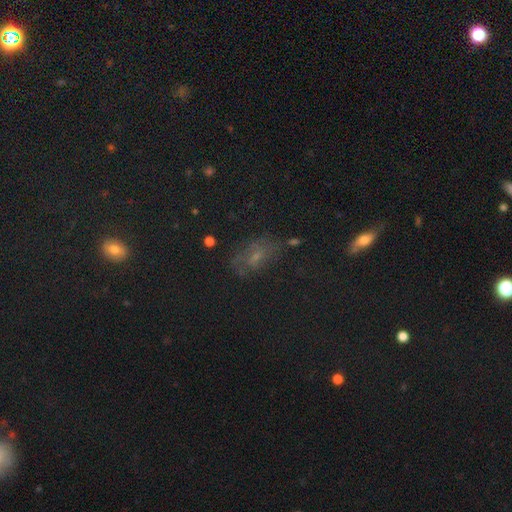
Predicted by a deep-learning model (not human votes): Smooth or featured? Predicted: star or artifact (p=0.42).